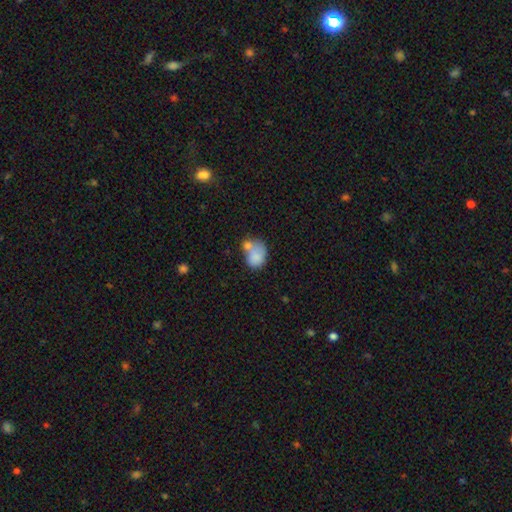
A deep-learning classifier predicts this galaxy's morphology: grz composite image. It shows a smooth galaxy with no disk features (77%) that is in between round and cigar-shaped (63%). Merging: merger (46%).